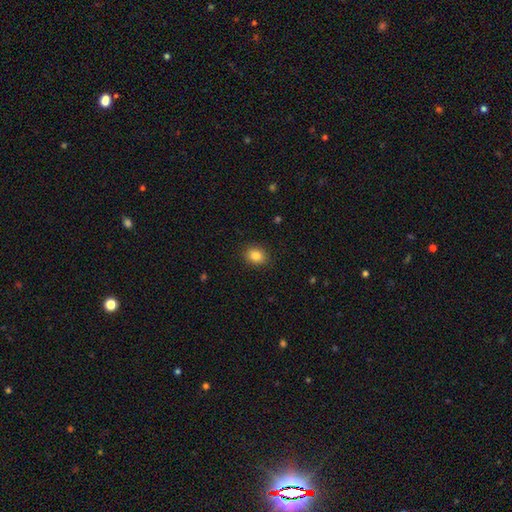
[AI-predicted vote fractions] A smooth galaxy with no disk features (85%) that is round (53%).

Vote fractions:
- Smooth or featured? smooth: 85% / star or artifact: 10% / featured or disk: 5%
- How rounded? round: 53% / in between: 46% / cigar-shaped: 1%
- Merging? none: 89% / minor disturbance: 8% / major disturbance: 2% / merger: 1%